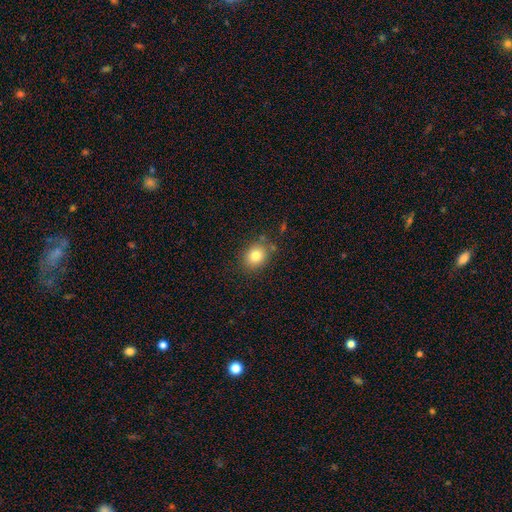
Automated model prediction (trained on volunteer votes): Morphology: type=smooth (80%); roundness=round (57%); merging=none (80%).